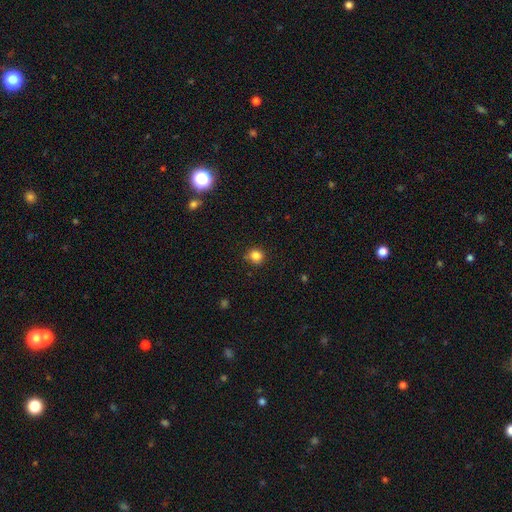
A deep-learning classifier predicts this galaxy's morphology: Q: Smooth or featured?
A: smooth (83%); runner-up: star or artifact (12%)
Q: How rounded?
A: round (91%); runner-up: in between (8%)
Q: Merging?
A: none (88%); runner-up: minor disturbance (8%)